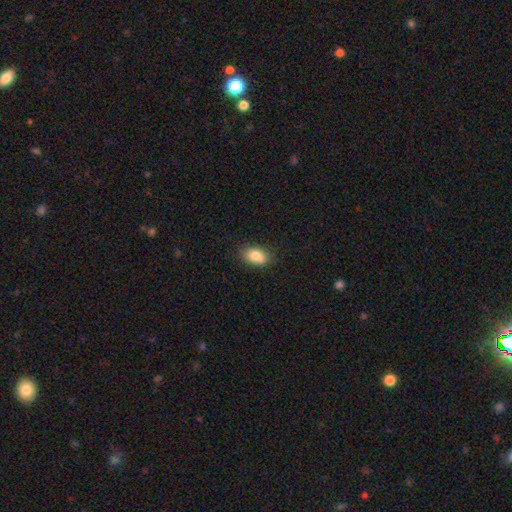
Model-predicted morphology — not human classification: Smooth or featured? smooth (84%)
How rounded? in between (88%)
Merging? none (81%)